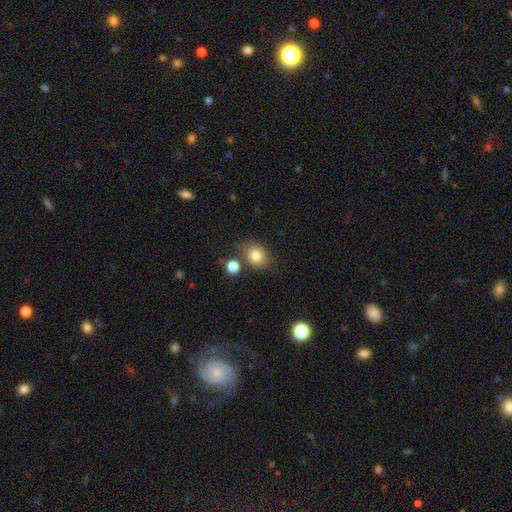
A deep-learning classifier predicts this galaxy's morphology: smooth 81%, star or artifact 11%, featured or disk 8%. Down the decision tree: how rounded — round (66%); merging — none (72%).